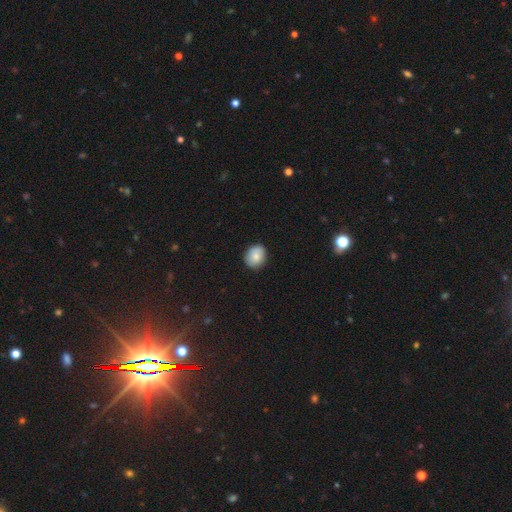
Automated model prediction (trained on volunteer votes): Smooth or featured: smooth — 80% (featured or disk — 12%)
How rounded: round — 58% (in between — 41%)
Merging: none — 85% (minor disturbance — 12%)